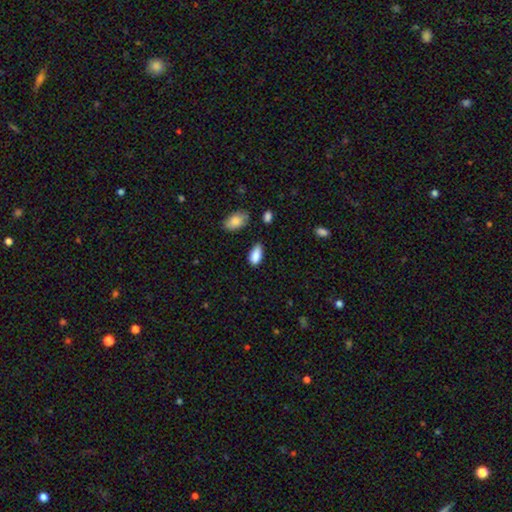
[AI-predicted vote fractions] This appears to be a smooth galaxy with no disk features (88%) that is in between round and cigar-shaped (91%). Merging: none (66%).